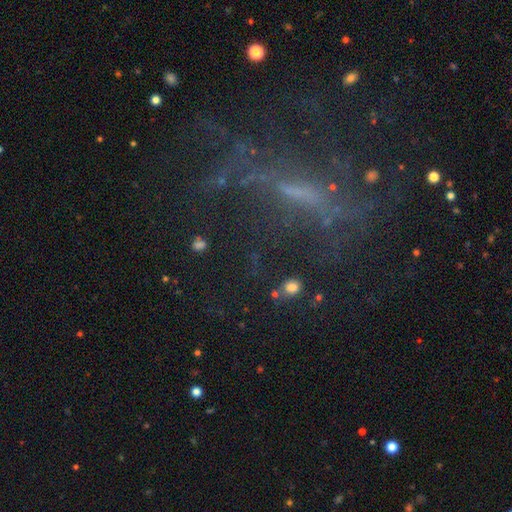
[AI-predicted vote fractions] smooth_or_featured: featured or disk (p=0.56) [alt: star or artifact p=0.28]
disk_edge_on: no (p=0.74) [alt: yes p=0.26]
merging: none (p=0.56) [alt: major disturbance p=0.24]